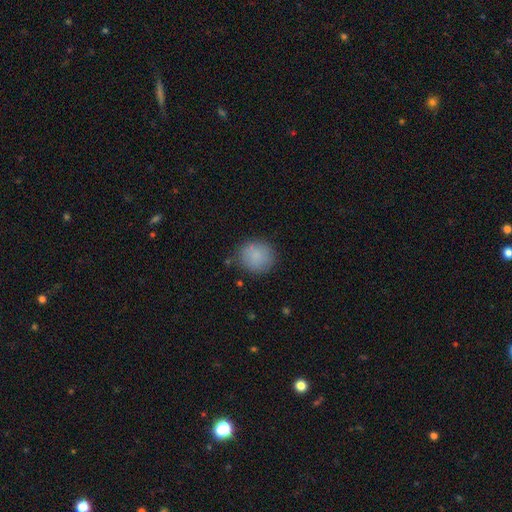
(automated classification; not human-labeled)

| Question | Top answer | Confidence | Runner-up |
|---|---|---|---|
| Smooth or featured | smooth | 86% | star or artifact (8%) |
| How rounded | round | 89% | in between (10%) |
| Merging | none | 79% | minor disturbance (14%) |